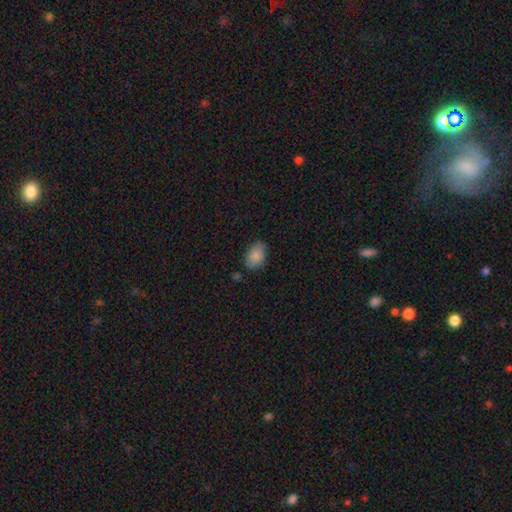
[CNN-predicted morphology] type=smooth (86%); roundness=in between (86%); merging=none (74%).